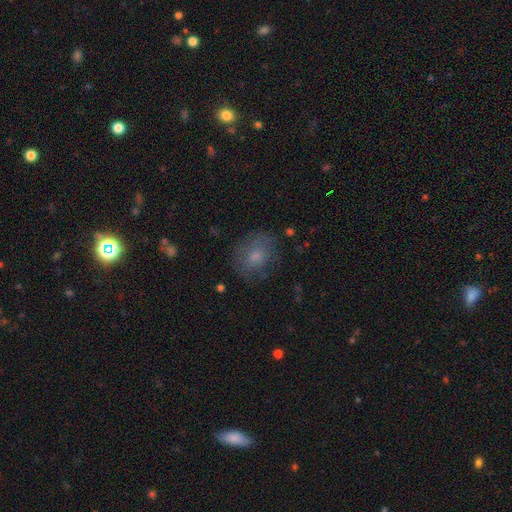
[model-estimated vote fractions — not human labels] smooth 69%, featured or disk 20%, star or artifact 11%. Down the decision tree: how rounded — round (58%); merging — none (71%).